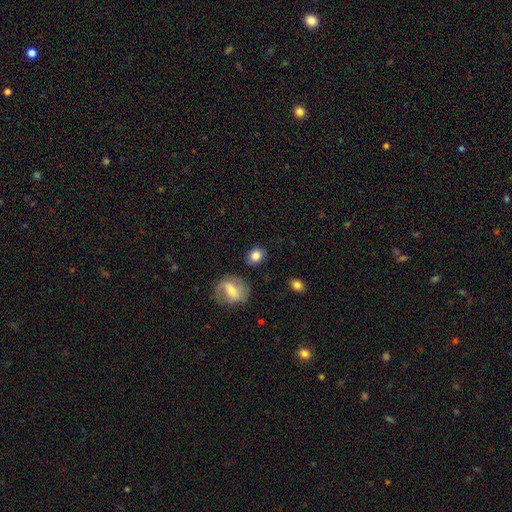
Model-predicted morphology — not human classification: type=smooth (81%); roundness=round (54%); merging=none (81%).